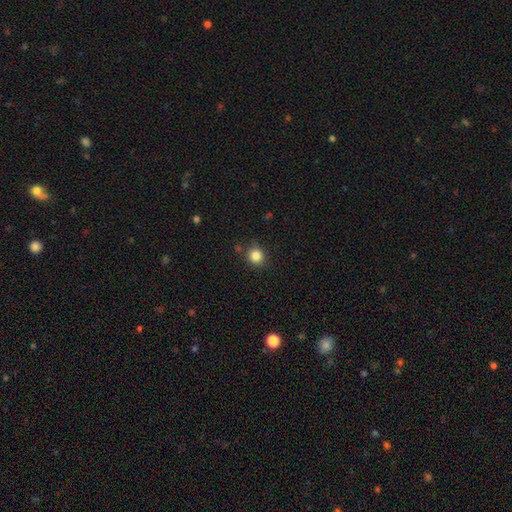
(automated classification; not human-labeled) Morphology: type=smooth (84%); roundness=round (88%); merging=none (83%).